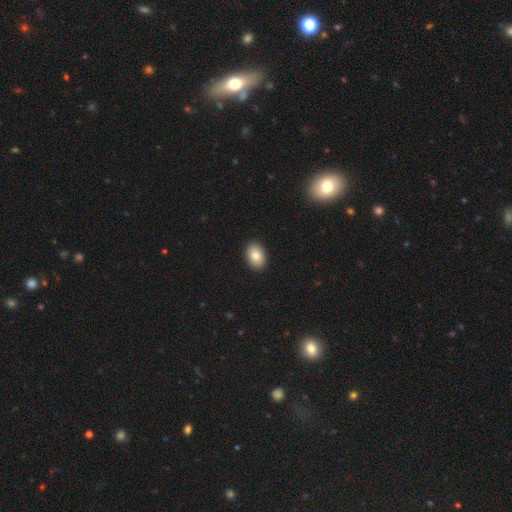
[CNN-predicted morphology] Smooth or featured? Predicted: smooth (p=0.84). How rounded? Predicted: in between (p=0.86). Merging? Predicted: none (p=0.91).